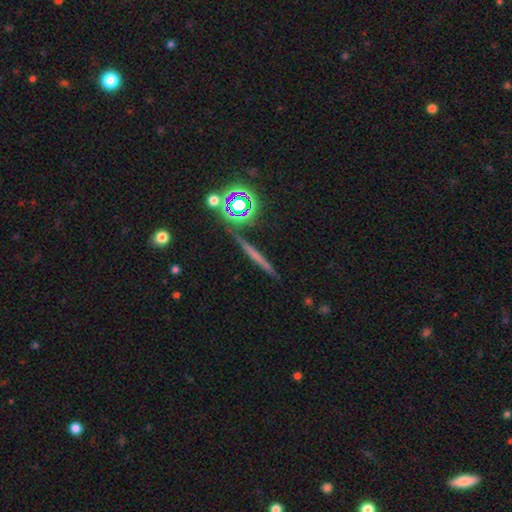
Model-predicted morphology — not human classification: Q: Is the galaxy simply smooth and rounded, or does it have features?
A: featured or disk — 42%.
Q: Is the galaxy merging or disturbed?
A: none — 86%.